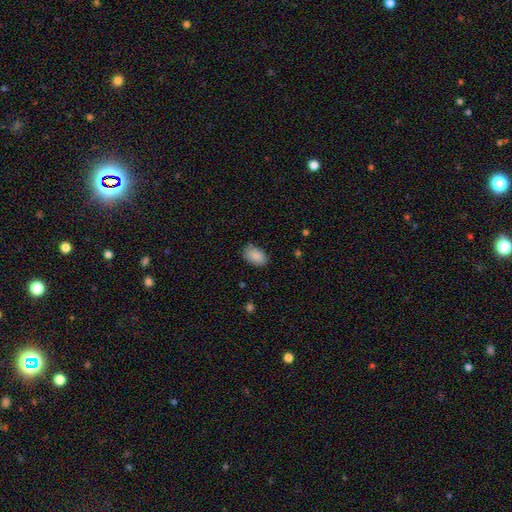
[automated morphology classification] A smooth galaxy with no disk features (88%) that is in between round and cigar-shaped (90%). Merging: none (77%).